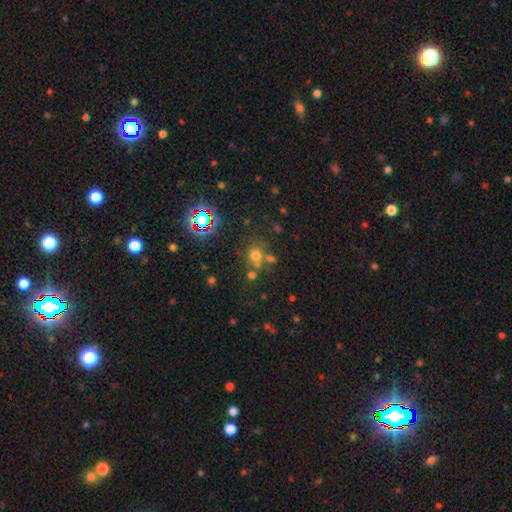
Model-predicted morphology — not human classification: smooth-or-featured: smooth: 61% | star or artifact: 28% | featured or disk: 11%
  how-rounded: round: 80% | in between: 19% | cigar-shaped: 1%
  merging: none: 58% | merger: 26% | minor disturbance: 11% | major disturbance: 6%